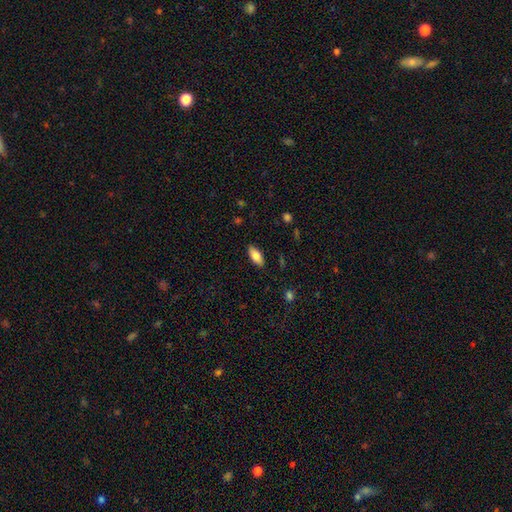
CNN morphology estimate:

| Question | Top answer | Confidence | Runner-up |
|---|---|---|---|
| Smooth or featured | smooth | 78% | featured or disk (15%) |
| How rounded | in between | 86% | cigar-shaped (12%) |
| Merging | none | 88% | minor disturbance (9%) |